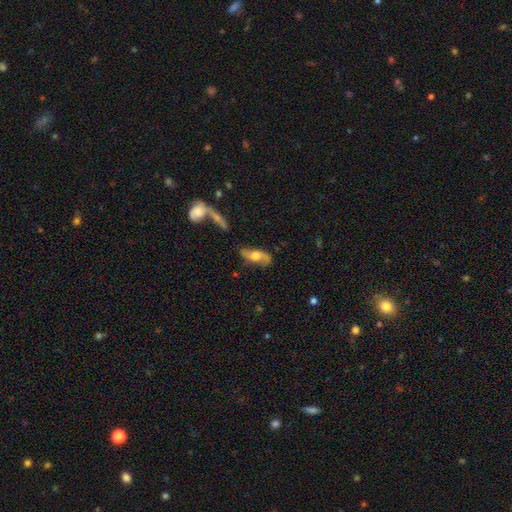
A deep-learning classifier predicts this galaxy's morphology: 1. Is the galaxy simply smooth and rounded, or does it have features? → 64% featured or disk, 29% smooth, 7% star or artifact.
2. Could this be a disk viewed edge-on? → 77% no, 23% yes.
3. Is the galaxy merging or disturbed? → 62% none, 22% minor disturbance, 11% major disturbance, 5% merger.